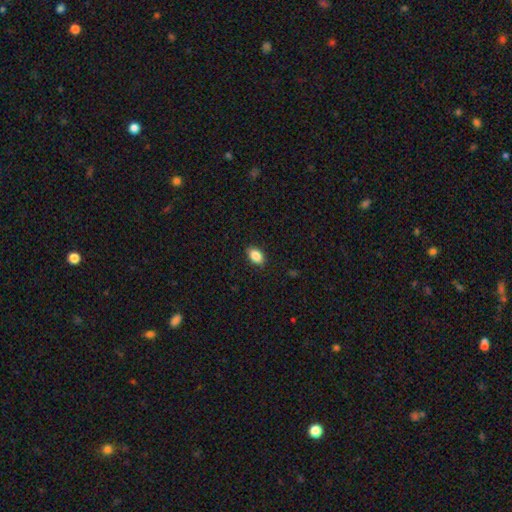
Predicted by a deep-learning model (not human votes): smooth 87%, star or artifact 8%, featured or disk 5%. Down the decision tree: how rounded — in between (88%); merging — none (88%).